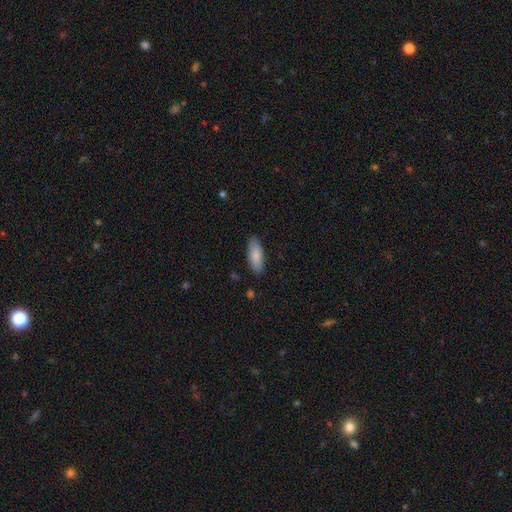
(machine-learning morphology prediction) A smooth galaxy with no disk features (85%) that is in between round and cigar-shaped (76%). Merging: none (85%).